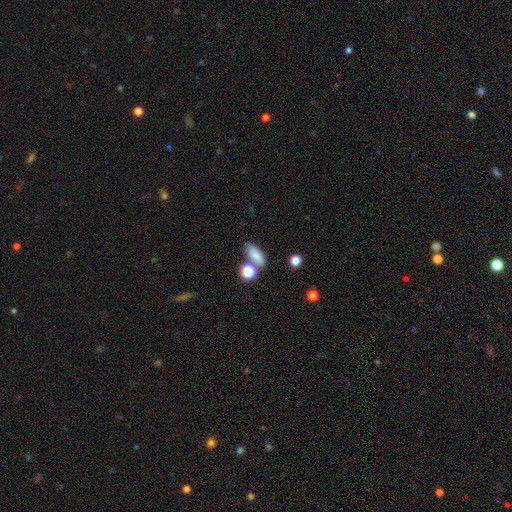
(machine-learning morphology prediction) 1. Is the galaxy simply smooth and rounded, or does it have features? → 82% smooth, 10% star or artifact, 8% featured or disk.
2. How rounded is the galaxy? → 75% in between, 16% cigar-shaped, 9% round.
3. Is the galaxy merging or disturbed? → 64% none, 18% merger, 13% minor disturbance, 5% major disturbance.